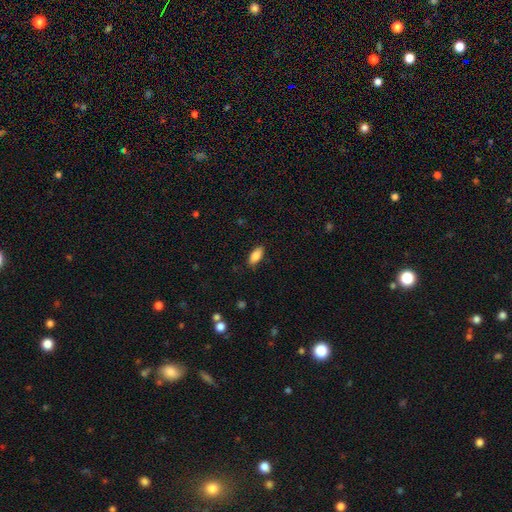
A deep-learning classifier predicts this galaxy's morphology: smooth-or-featured: smooth: 87% | star or artifact: 7% | featured or disk: 6%
  how-rounded: in between: 87% | cigar-shaped: 10% | round: 2%
  merging: none: 86% | minor disturbance: 11% | major disturbance: 2% | merger: 1%